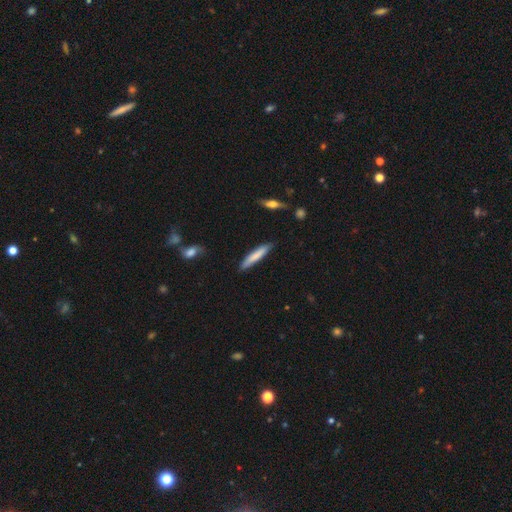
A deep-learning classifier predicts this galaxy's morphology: This is likely a smooth galaxy (77%). How rounded: clearly cigar-shaped (91%). Merging: clearly none (86%).